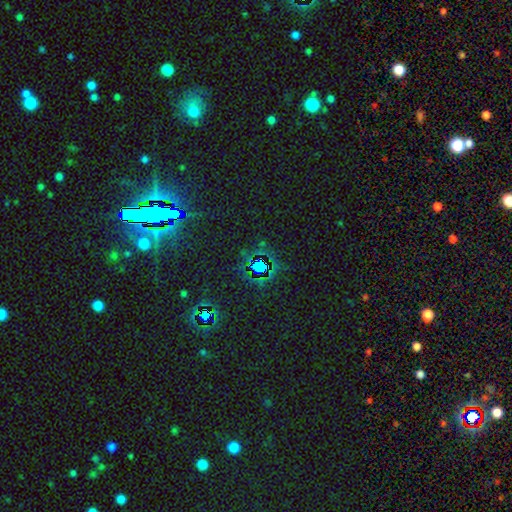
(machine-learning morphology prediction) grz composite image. It shows a star or artifact, not a galaxy (84%).